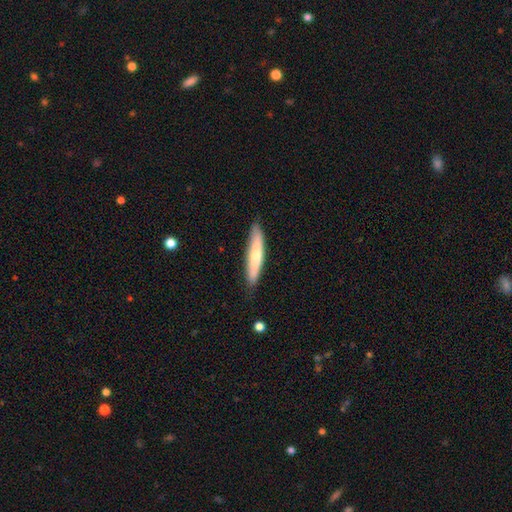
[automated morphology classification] smooth-or-featured: smooth: 62% | featured or disk: 32% | star or artifact: 5%
  how-rounded: cigar-shaped: 87% | in between: 12% | round: 1%
  merging: none: 86% | minor disturbance: 11% | major disturbance: 2% | merger: 1%